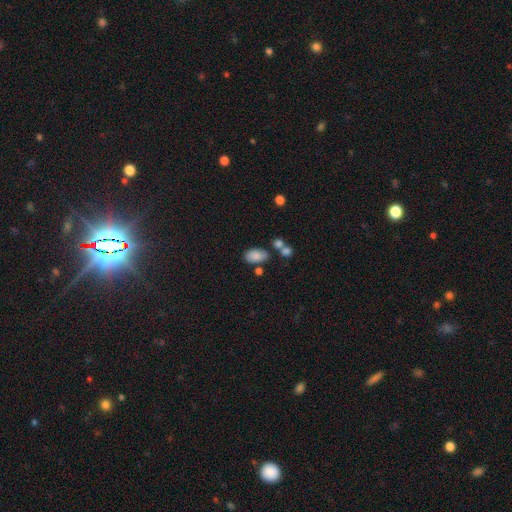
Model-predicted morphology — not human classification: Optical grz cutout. It shows a smooth galaxy with no disk features (83%) that is in between round and cigar-shaped (93%). Merging: none (64%).